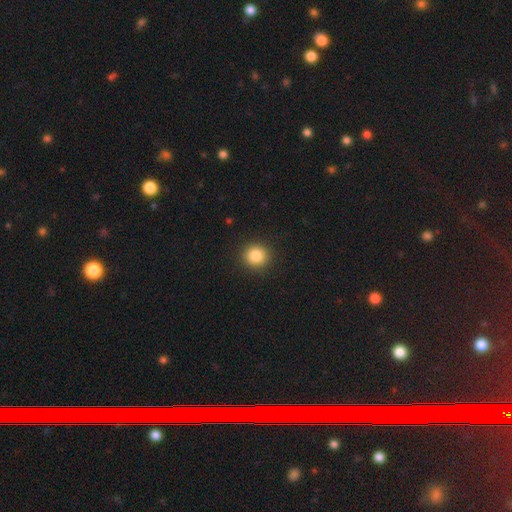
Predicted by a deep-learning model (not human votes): Smooth or featured? smooth (85%)
How rounded? round (90%)
Merging? none (91%)